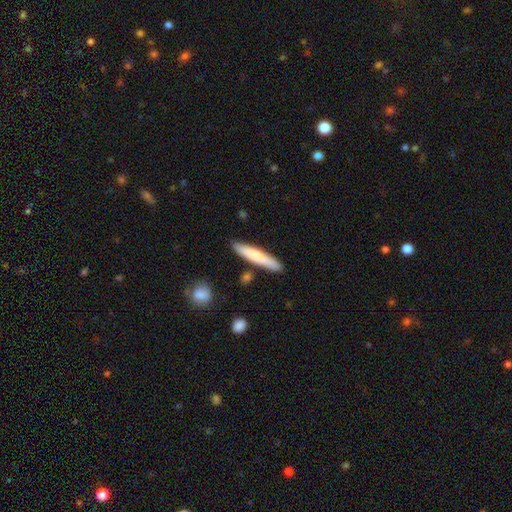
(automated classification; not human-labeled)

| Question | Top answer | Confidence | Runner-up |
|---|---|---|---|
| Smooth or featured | smooth | 73% | featured or disk (22%) |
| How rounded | cigar-shaped | 92% | in between (7%) |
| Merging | none | 84% | minor disturbance (10%) |